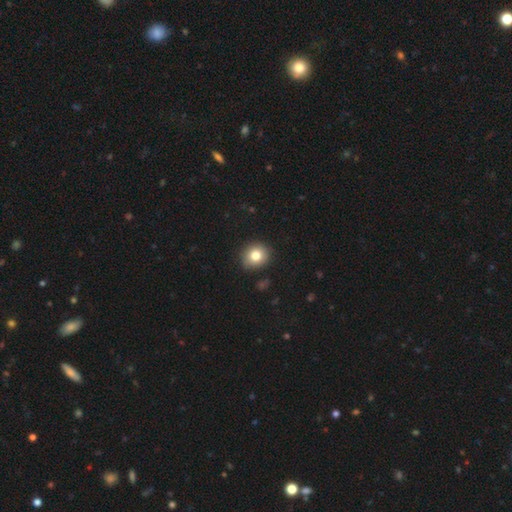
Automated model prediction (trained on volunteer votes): Morphology: type=smooth (80%); roundness=round (82%); merging=none (88%).